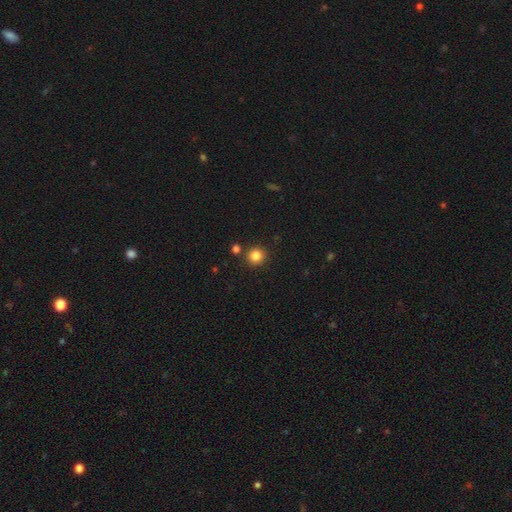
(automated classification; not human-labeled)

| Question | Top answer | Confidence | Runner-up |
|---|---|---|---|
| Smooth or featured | smooth | 84% | star or artifact (11%) |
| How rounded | round | 91% | in between (8%) |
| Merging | none | 86% | minor disturbance (6%) |